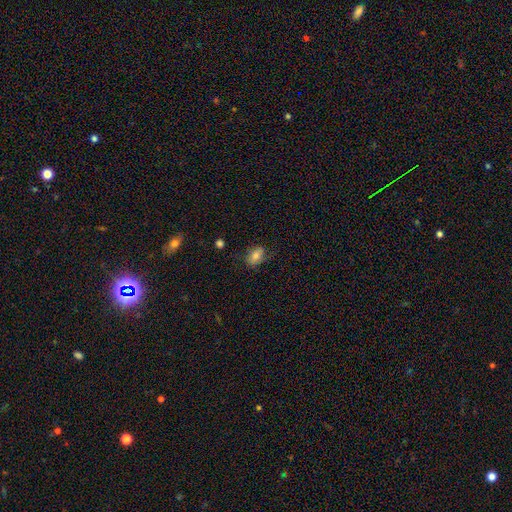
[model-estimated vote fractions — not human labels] The model was most divided on "merging": none: 69%, minor disturbance: 22%, major disturbance: 7%, merger: 2%. More confident: how rounded — in between (85%); smooth or featured — smooth (74%).